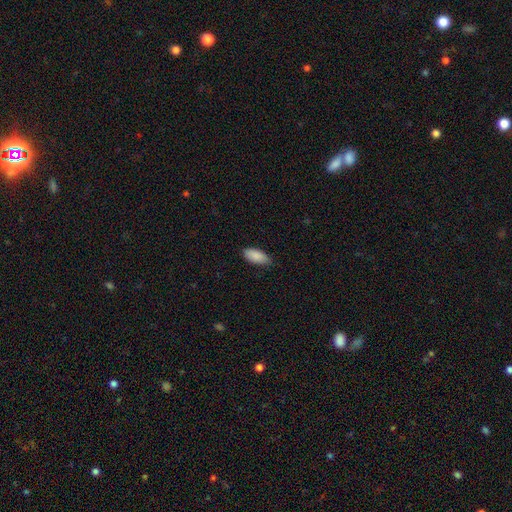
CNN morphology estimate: Smooth or featured? smooth (89%)
How rounded? in between (89%)
Merging? none (76%)